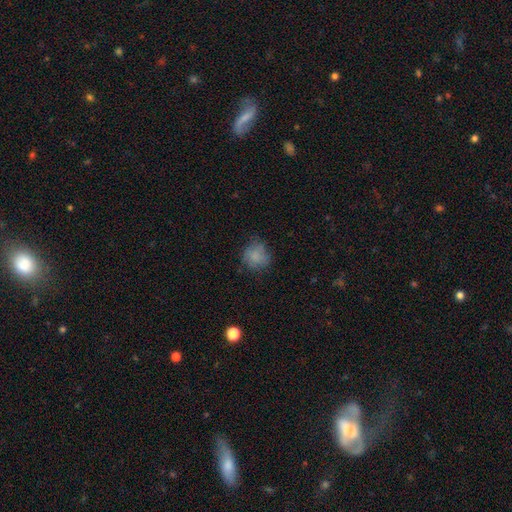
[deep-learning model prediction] Smooth or featured? smooth (76%)
How rounded? round (84%)
Merging? none (68%)